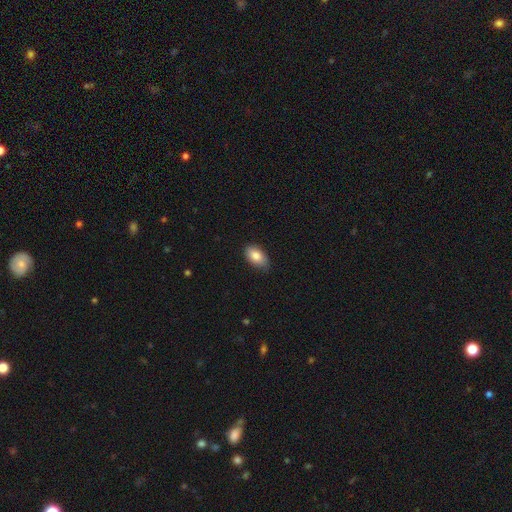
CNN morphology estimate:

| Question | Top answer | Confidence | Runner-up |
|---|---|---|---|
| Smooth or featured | smooth | 84% | featured or disk (9%) |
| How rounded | in between | 92% | round (6%) |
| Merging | none | 80% | minor disturbance (17%) |